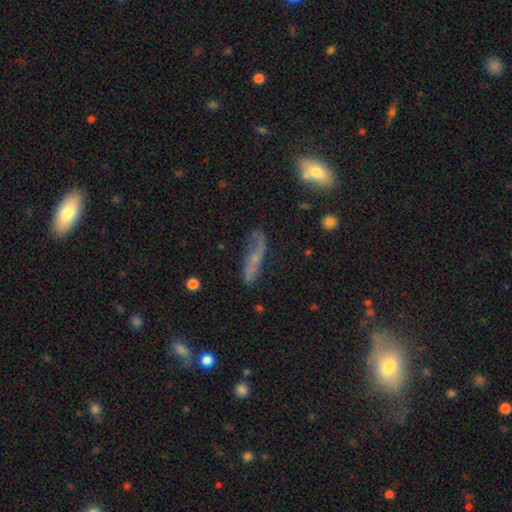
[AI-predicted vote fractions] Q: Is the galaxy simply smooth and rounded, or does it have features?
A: featured or disk — 58%.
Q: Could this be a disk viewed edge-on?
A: no — 71%.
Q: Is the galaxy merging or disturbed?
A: none — 60%.